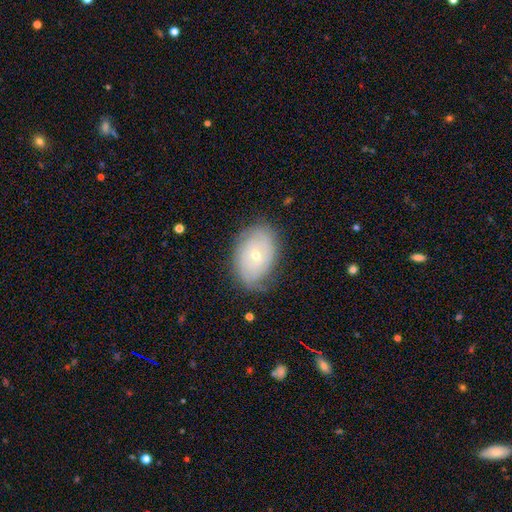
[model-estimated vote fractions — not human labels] A featured or disk galaxy (58%) with no bar (84%), spiral arms (71%) and a small central bulge (67%).

Vote fractions:
- Smooth or featured? featured or disk: 58% / smooth: 33% / star or artifact: 8%
- Edge-on disk? no: 94% / yes: 6%
- Bar? no: 84% / weak: 13% / strong: 3%
- Spiral arms? yes: 71% / no: 29%
- Bulge size? small: 67% / moderate: 30% / large: 1% / dominant: 1% / none: 1%
- Merging? none: 73% / minor disturbance: 20% / major disturbance: 6% / merger: 1%